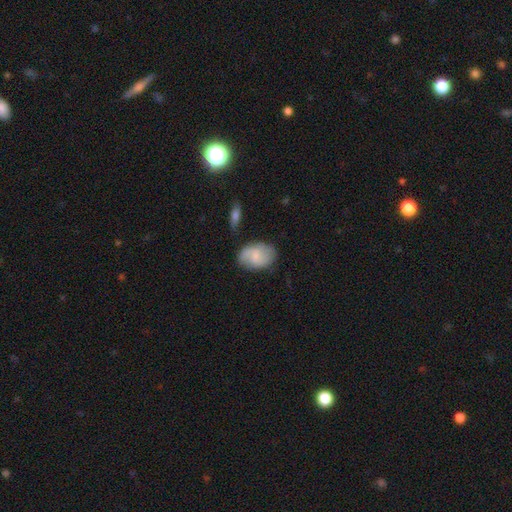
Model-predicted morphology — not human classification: Q: Smooth or featured?
A: featured or disk (48%); runner-up: smooth (46%)
Q: Merging?
A: none (72%); runner-up: minor disturbance (19%)